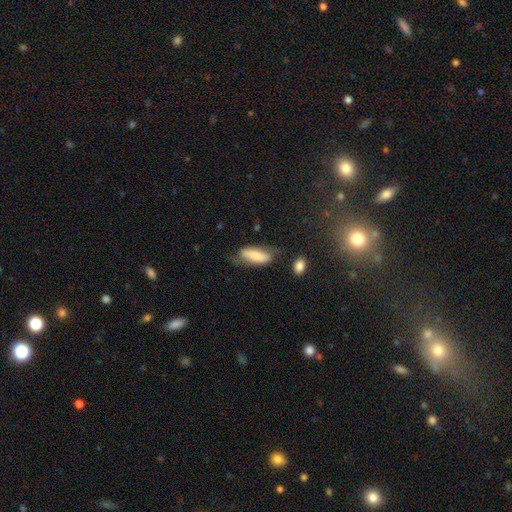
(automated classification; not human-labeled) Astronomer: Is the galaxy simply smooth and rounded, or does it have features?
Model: smooth — 71%.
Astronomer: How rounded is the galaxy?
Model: in between — 70%.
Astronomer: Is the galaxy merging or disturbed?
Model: none — 50% (runner-up: minor disturbance, 31%).